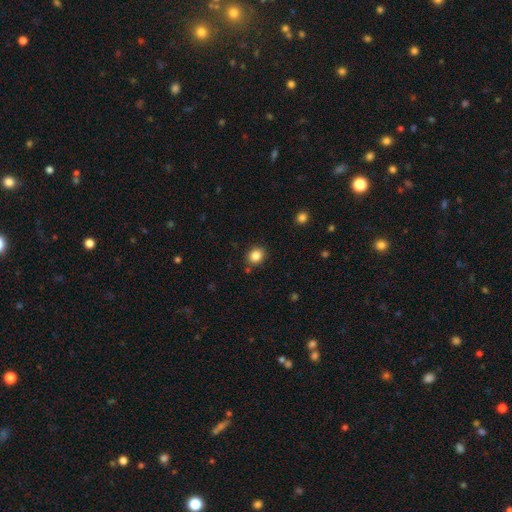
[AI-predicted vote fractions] The model was most divided on "how rounded": round: 69%, in between: 31%, cigar-shaped: 1%. More confident: merging — none (86%); smooth or featured — smooth (86%).